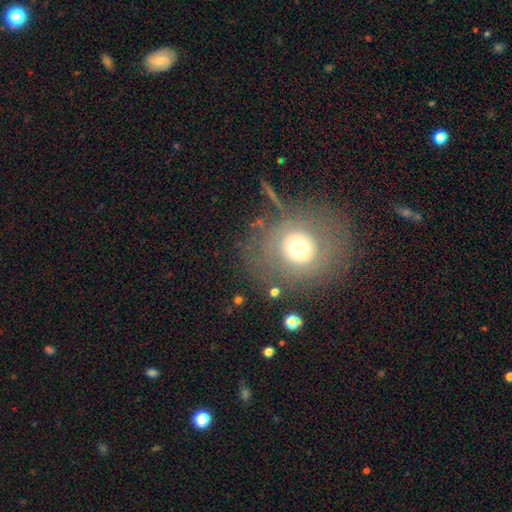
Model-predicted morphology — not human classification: The model was most divided on "smooth or featured": smooth: 49%, featured or disk: 36%, star or artifact: 16%. More confident: merging — none (72%).